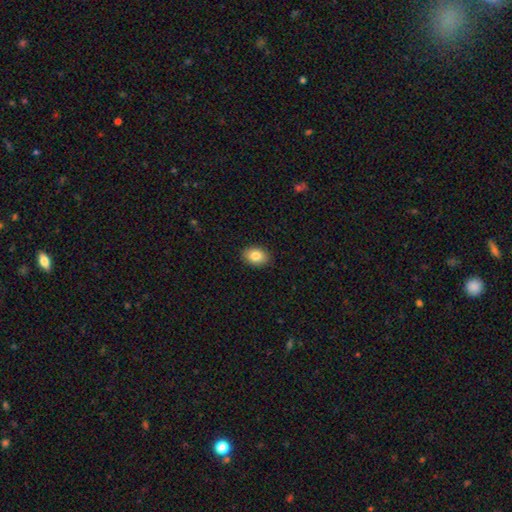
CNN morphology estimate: Q: Smooth or featured?
A: smooth (83%); runner-up: featured or disk (9%)
Q: How rounded?
A: in between (76%); runner-up: round (23%)
Q: Merging?
A: none (90%); runner-up: minor disturbance (7%)